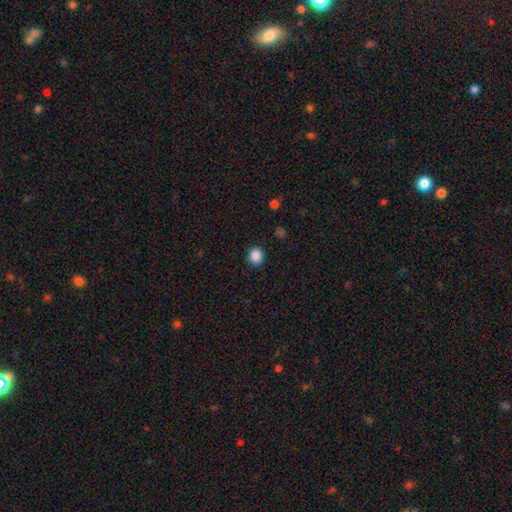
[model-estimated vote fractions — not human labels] The model was most divided on "how rounded": round: 79%, in between: 20%, cigar-shaped: 1%. More confident: merging — none (90%); smooth or featured — smooth (87%).